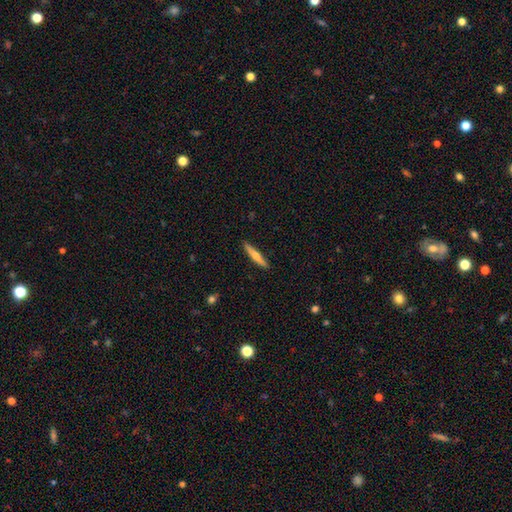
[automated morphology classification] smooth_or_featured: smooth (p=0.54) [alt: featured or disk p=0.40]
how_rounded: cigar-shaped (p=0.92) [alt: in between p=0.06]
merging: none (p=0.89) [alt: minor disturbance p=0.08]